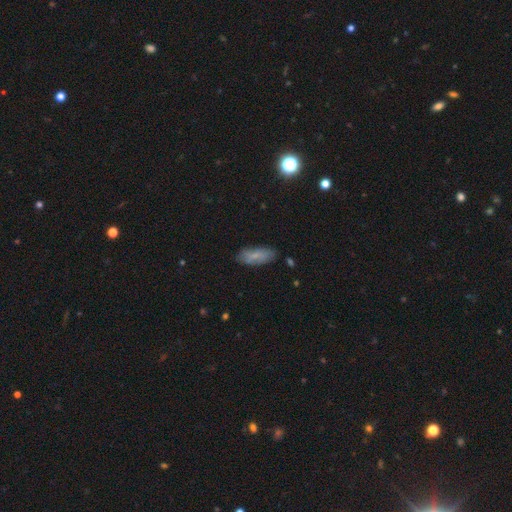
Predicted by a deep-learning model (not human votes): Smooth or featured? Predicted: smooth (p=0.68). How rounded? Predicted: in between (p=0.78). Merging? Predicted: none (p=0.76).